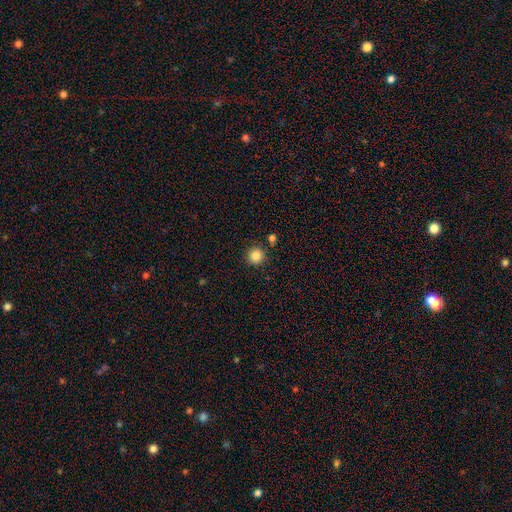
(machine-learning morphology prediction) A smooth galaxy with no disk features (85%) that is round (95%). Merging: none (86%).